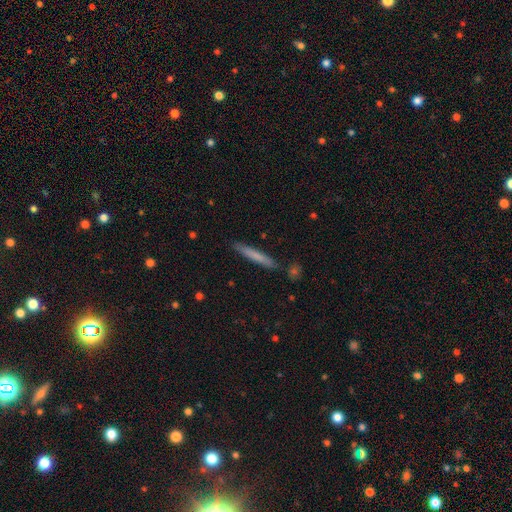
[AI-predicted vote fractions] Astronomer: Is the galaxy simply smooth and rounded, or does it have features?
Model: smooth — 70%.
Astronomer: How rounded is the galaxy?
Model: cigar-shaped — 96%.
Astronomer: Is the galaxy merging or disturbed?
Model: none — 86%.